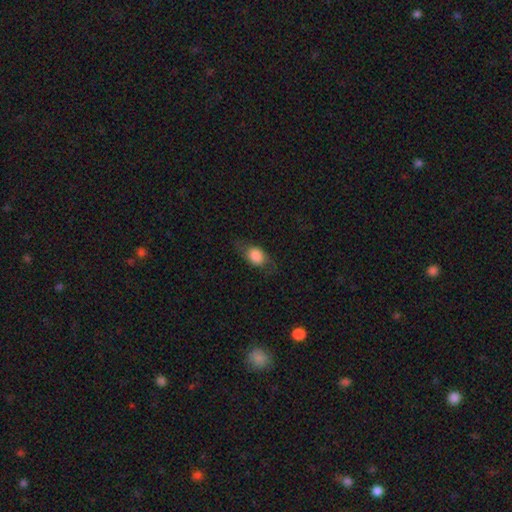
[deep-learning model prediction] This appears to be a smooth galaxy with no disk features (71%) that is in between round and cigar-shaped (62%). Merging: none (66%).